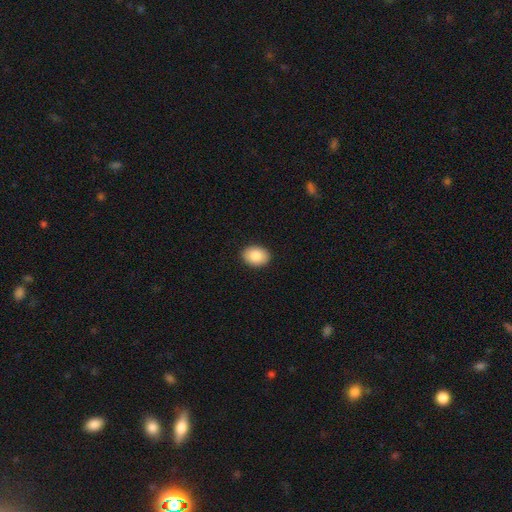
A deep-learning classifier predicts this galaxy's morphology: Smooth or featured: smooth — 85% (featured or disk — 8%)
How rounded: in between — 71% (round — 28%)
Merging: none — 91% (minor disturbance — 7%)